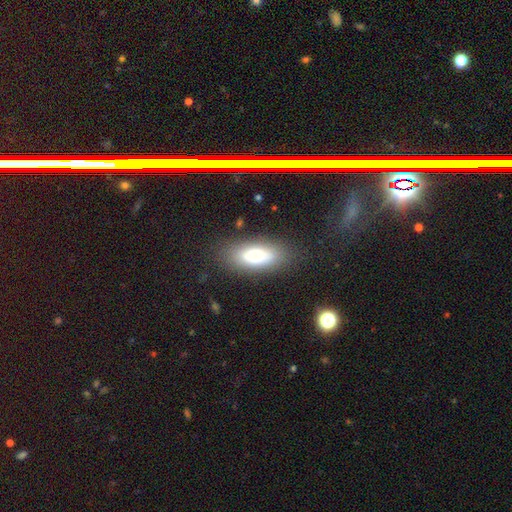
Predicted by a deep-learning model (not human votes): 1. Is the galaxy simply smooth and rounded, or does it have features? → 70% smooth, 22% featured or disk, 8% star or artifact.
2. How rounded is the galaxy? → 84% in between, 13% cigar-shaped, 4% round.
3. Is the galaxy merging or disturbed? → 80% none, 13% minor disturbance, 5% major disturbance, 2% merger.